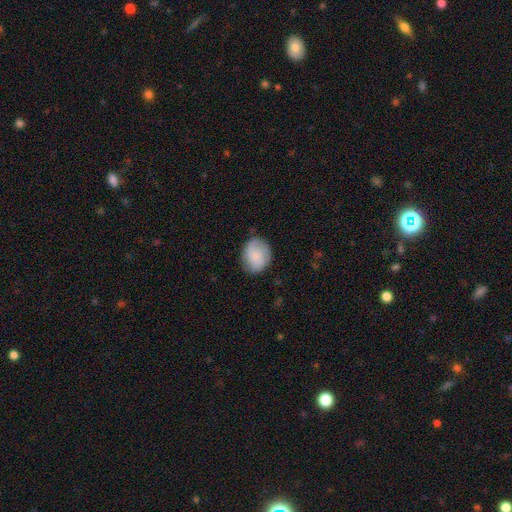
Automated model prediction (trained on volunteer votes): Smooth or featured?
  - smooth: 72% *
  - featured or disk: 21%
  - star or artifact: 8%
How rounded?
  - round: 56% *
  - in between: 43%
  - cigar-shaped: 1%
Merging?
  - none: 75% *
  - minor disturbance: 19%
  - major disturbance: 5%
  - merger: 1%